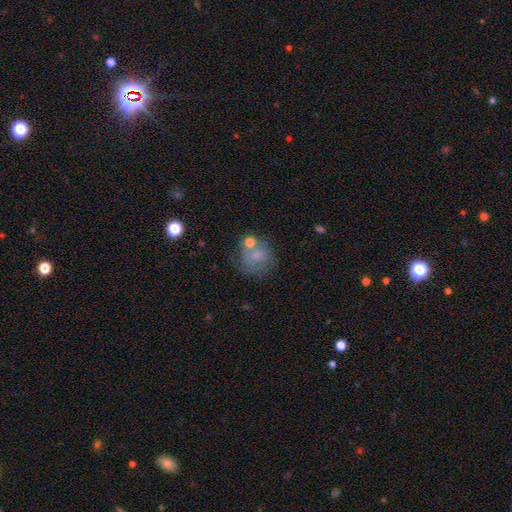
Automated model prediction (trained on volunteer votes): Smooth or featured: smooth — 52% (featured or disk — 36%)
How rounded: round — 78% (in between — 21%)
Merging: none — 50% (minor disturbance — 21%)